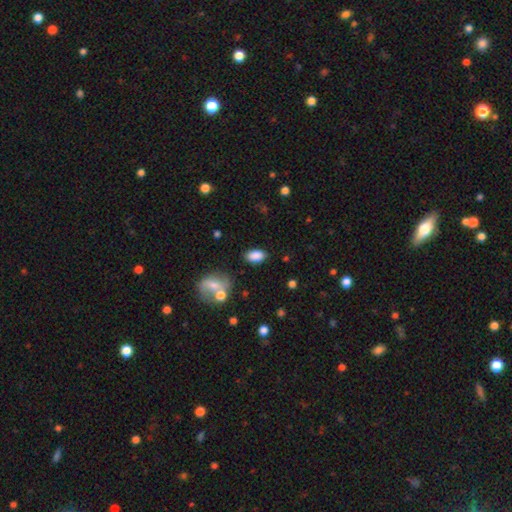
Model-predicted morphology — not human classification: smooth-or-featured: smooth: 87% | star or artifact: 8% | featured or disk: 5%
  how-rounded: in between: 91% | round: 6% | cigar-shaped: 2%
  merging: none: 82% | minor disturbance: 11% | major disturbance: 3% | merger: 3%